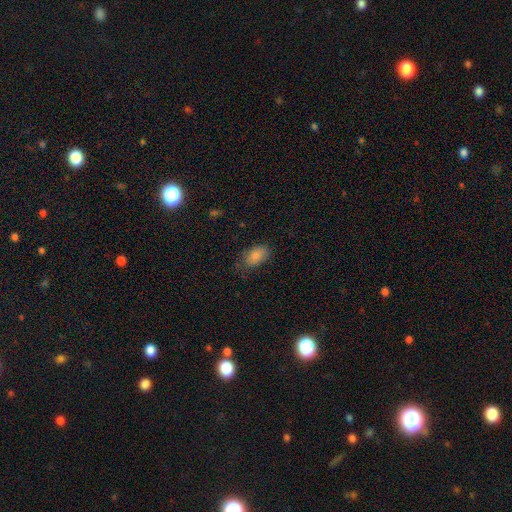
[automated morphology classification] A smooth galaxy with no disk features (86%) that is in between round and cigar-shaped (92%). Merging: none (68%).